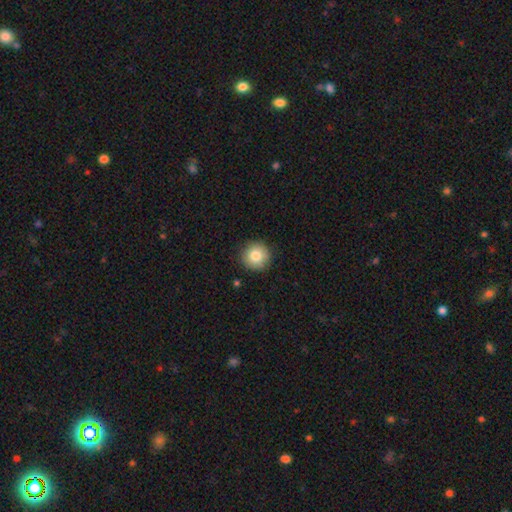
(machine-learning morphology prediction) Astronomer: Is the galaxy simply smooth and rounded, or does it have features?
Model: smooth — 83%.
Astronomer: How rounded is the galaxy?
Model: round — 95%.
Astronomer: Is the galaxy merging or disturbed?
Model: none — 90%.